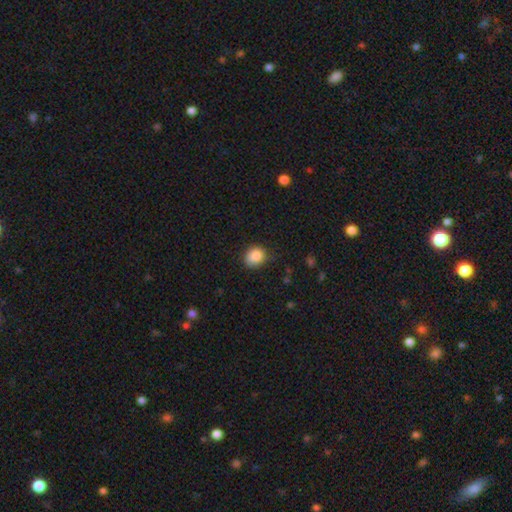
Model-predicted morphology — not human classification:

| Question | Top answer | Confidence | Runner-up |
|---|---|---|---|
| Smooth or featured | smooth | 85% | star or artifact (9%) |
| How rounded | round | 68% | in between (31%) |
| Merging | none | 72% | minor disturbance (22%) |